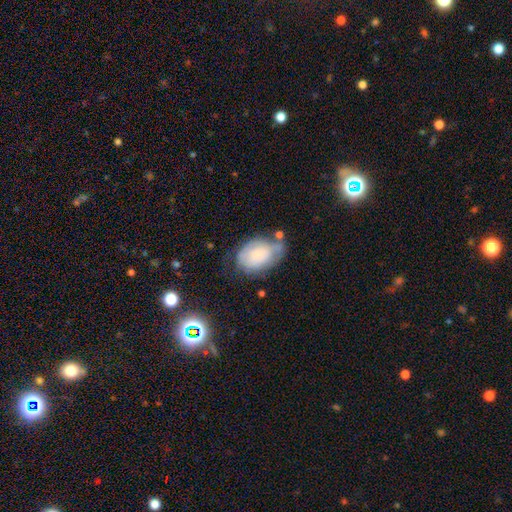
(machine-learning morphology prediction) Smooth or featured? smooth (62%)
How rounded? in between (85%)
Merging? none (41%)